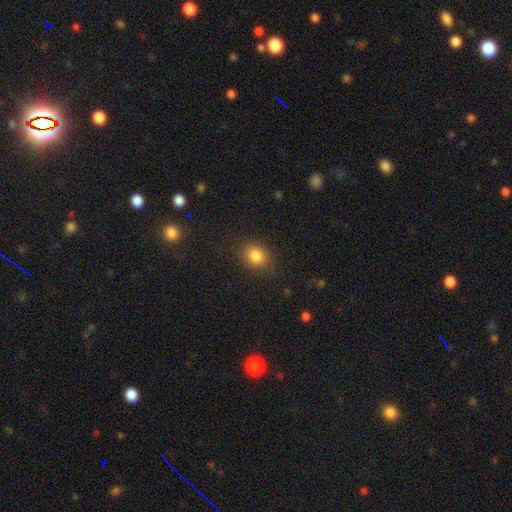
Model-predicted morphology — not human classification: The model was most divided on "how rounded": round: 51%, in between: 47%, cigar-shaped: 1%. More confident: smooth or featured — smooth (84%); merging — none (84%).